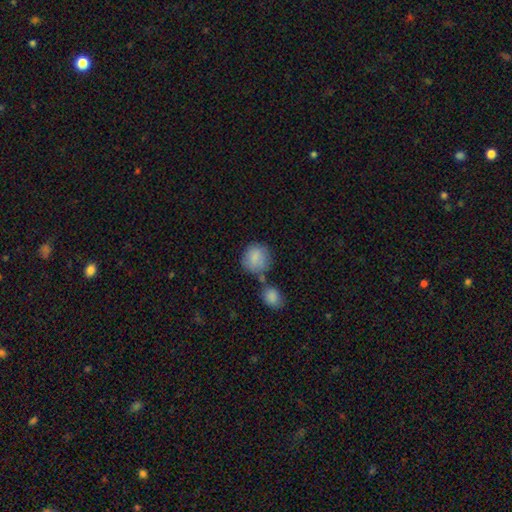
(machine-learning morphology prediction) Q: Smooth or featured?
A: smooth (85%); runner-up: featured or disk (8%)
Q: How rounded?
A: round (81%); runner-up: in between (18%)
Q: Merging?
A: none (55%); runner-up: merger (20%)